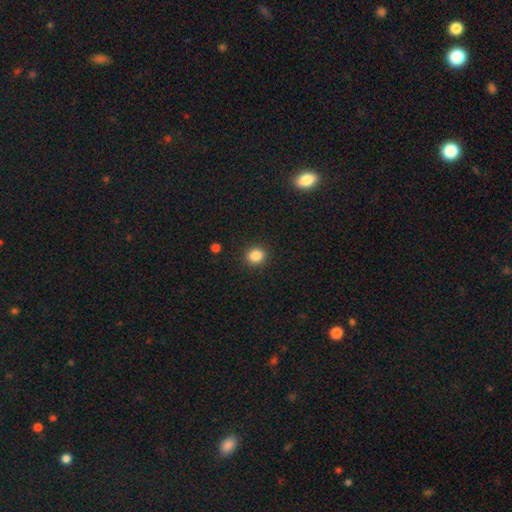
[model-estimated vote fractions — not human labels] Smooth or featured? Predicted: smooth (p=0.85). How rounded? Predicted: round (p=0.76). Merging? Predicted: none (p=0.91).